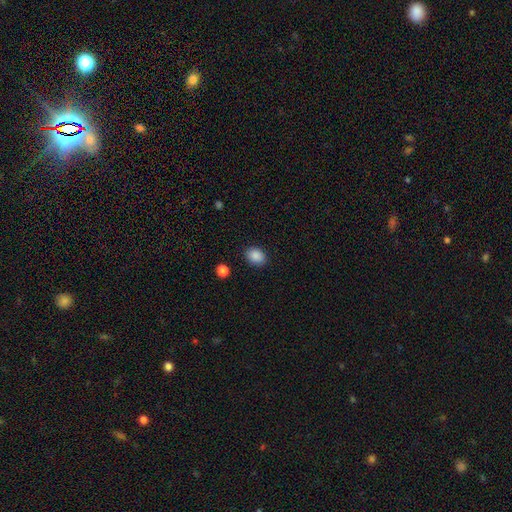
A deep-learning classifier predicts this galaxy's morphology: The model was most divided on "how rounded": in between: 66%, round: 33%, cigar-shaped: 1%. More confident: smooth or featured — smooth (88%); merging — none (87%).